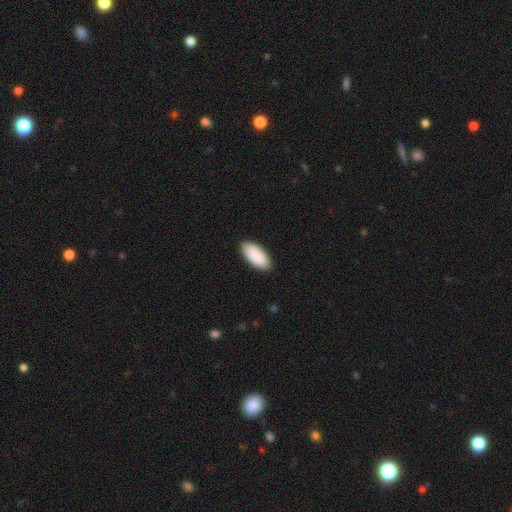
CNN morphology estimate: Smooth or featured? Predicted: smooth (p=0.91). How rounded? Predicted: in between (p=0.92). Merging? Predicted: none (p=0.88).